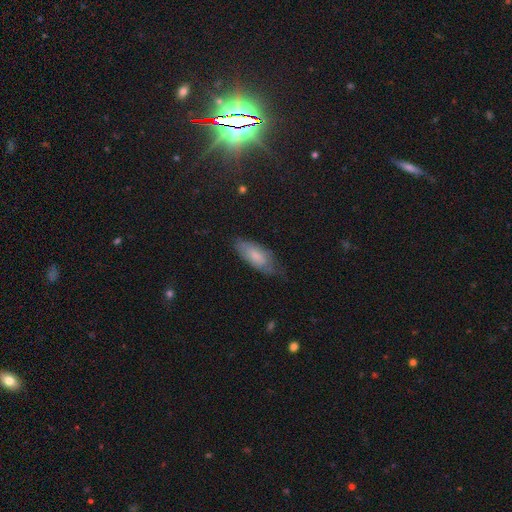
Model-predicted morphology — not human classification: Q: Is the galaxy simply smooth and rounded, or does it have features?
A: smooth — 70%.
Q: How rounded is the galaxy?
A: in between — 80%.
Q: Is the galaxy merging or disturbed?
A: none — 52%.